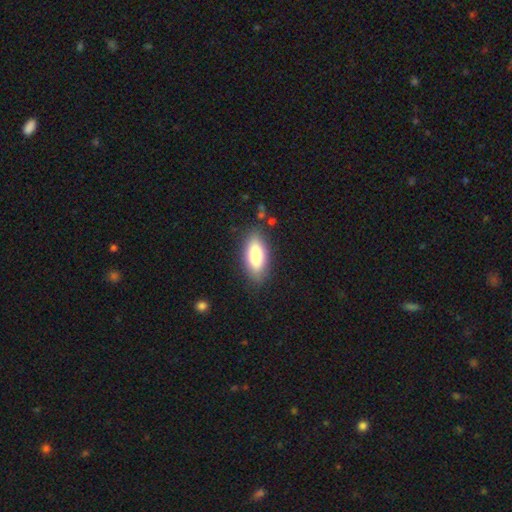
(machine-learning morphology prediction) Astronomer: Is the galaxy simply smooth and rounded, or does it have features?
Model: smooth — 82%.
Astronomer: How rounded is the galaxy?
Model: in between — 82%.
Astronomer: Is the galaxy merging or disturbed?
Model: none — 83%.